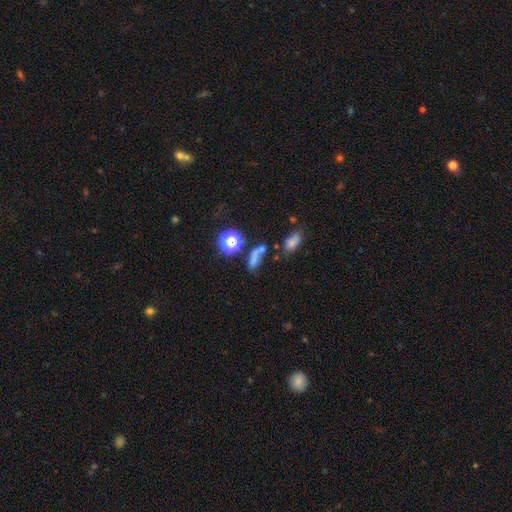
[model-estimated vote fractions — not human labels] Morphology: type=smooth (59%); roundness=in between (54%); merging=none (42%).